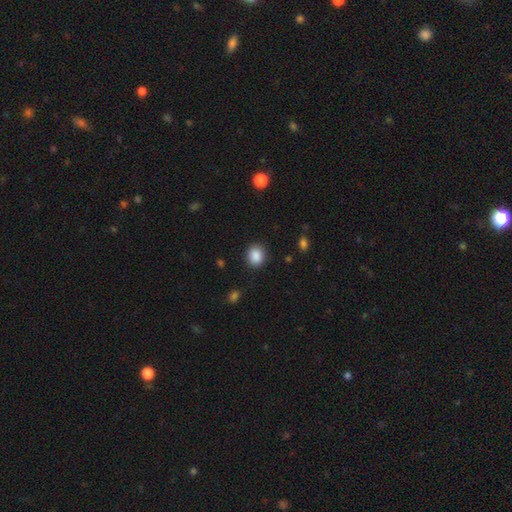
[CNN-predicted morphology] smooth 88%, star or artifact 9%, featured or disk 3%. Down the decision tree: how rounded — round (64%); merging — none (88%).